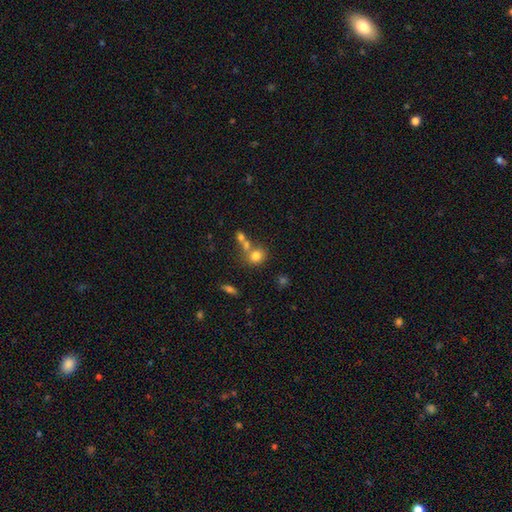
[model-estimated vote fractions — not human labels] Smooth or featured: smooth — 75% (star or artifact — 13%)
How rounded: round — 72% (in between — 27%)
Merging: none — 46% (merger — 38%)